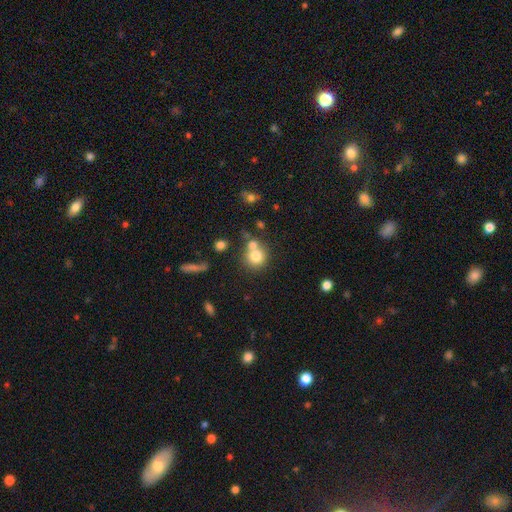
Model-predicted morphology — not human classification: smooth 77%, featured or disk 12%, star or artifact 11%. Down the decision tree: how rounded — round (87%); merging — none (51%).